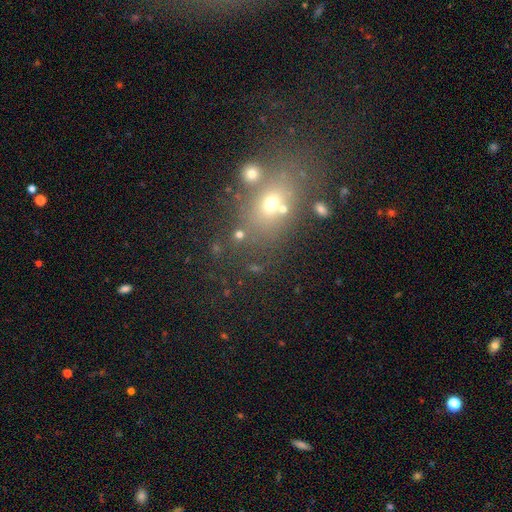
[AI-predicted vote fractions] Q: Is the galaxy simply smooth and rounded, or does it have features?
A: smooth — 43%.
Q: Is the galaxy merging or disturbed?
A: none — 61%.